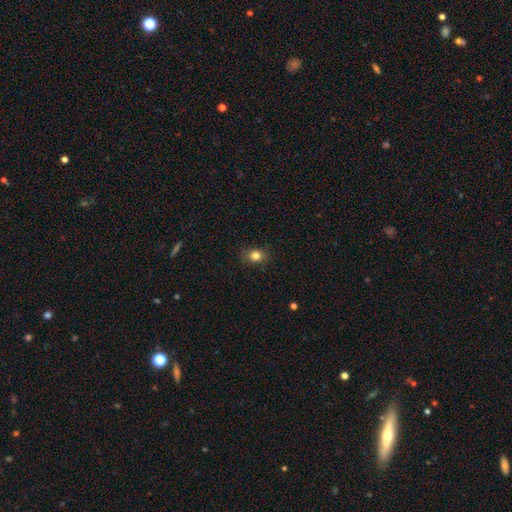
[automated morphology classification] A smooth galaxy with no disk features (82%) that is round (50%). Merging: none (85%).